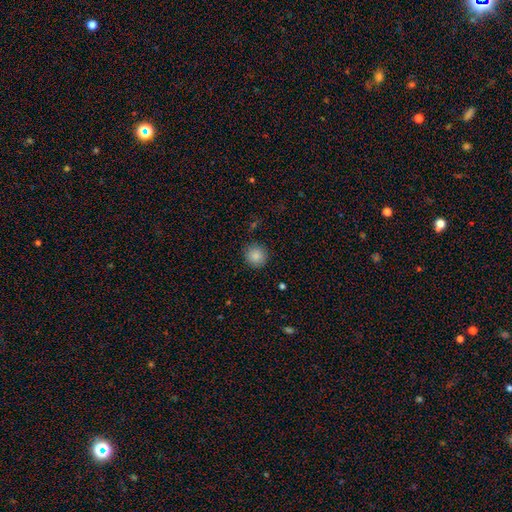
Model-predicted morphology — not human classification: smooth-or-featured: smooth: 87% | star or artifact: 9% | featured or disk: 4%
  how-rounded: round: 94% | in between: 6% | cigar-shaped: 1%
  merging: none: 89% | minor disturbance: 7% | major disturbance: 2% | merger: 1%